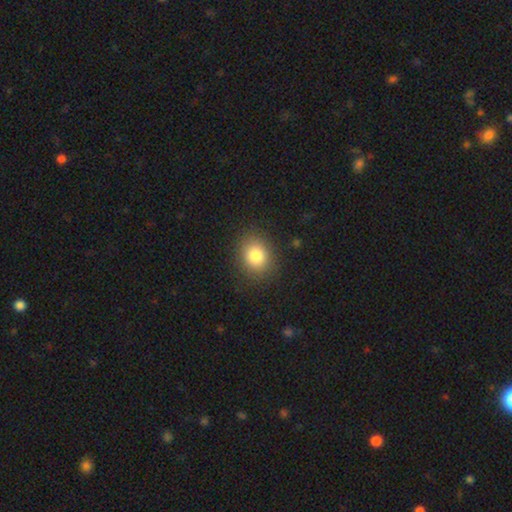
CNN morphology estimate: A smooth galaxy with no disk features (83%) that is round (64%).

Vote fractions:
- Smooth or featured? smooth: 83% / star or artifact: 10% / featured or disk: 7%
- How rounded? round: 64% / in between: 35% / cigar-shaped: 1%
- Merging? none: 87% / minor disturbance: 8% / major disturbance: 3% / merger: 1%